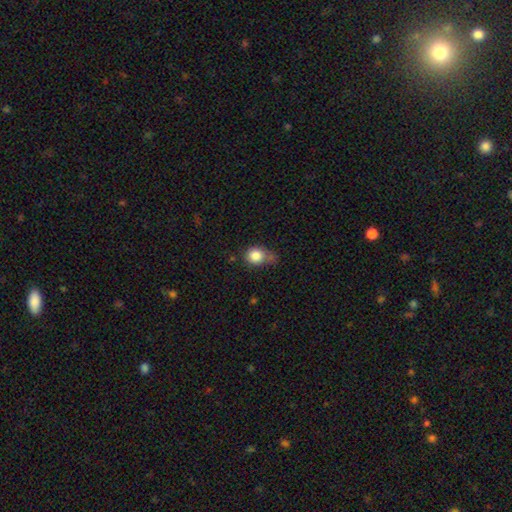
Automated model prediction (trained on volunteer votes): A smooth galaxy with no disk features (83%) that is round (70%).

Vote fractions:
- Smooth or featured? smooth: 83% / star or artifact: 9% / featured or disk: 8%
- How rounded? round: 70% / in between: 29% / cigar-shaped: 1%
- Merging? none: 43% / minor disturbance: 32% / major disturbance: 13% / merger: 12%